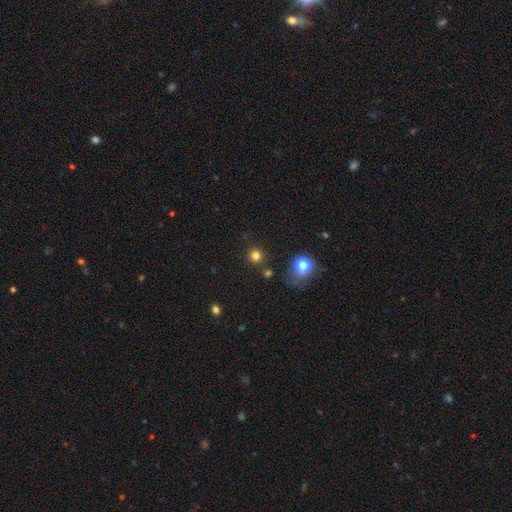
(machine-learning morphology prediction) This is likely a smooth galaxy (78%). How rounded: clearly round (94%). Merging: clearly none (86%).